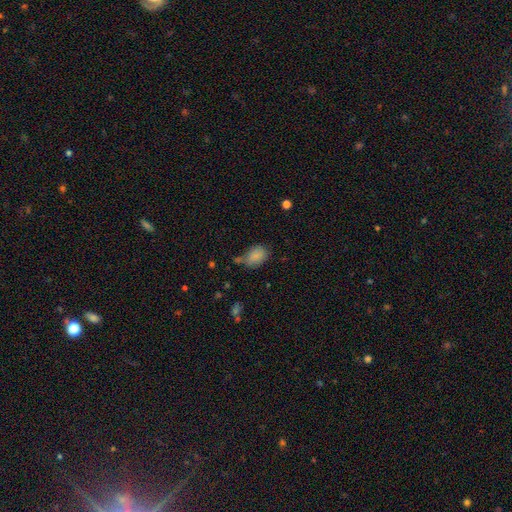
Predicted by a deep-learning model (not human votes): Overall: smooth (84%). How rounded: in between (80%). Merging: none (54%; minor disturbance 28%).